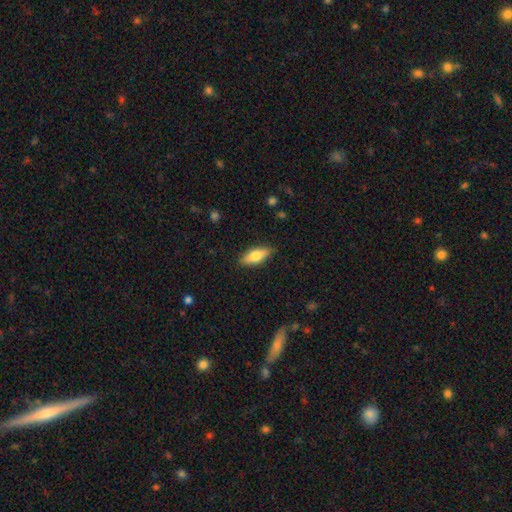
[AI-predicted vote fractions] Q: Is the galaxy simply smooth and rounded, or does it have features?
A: smooth — 68%.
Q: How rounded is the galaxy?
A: in between — 69%.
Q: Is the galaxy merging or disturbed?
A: none — 86%.